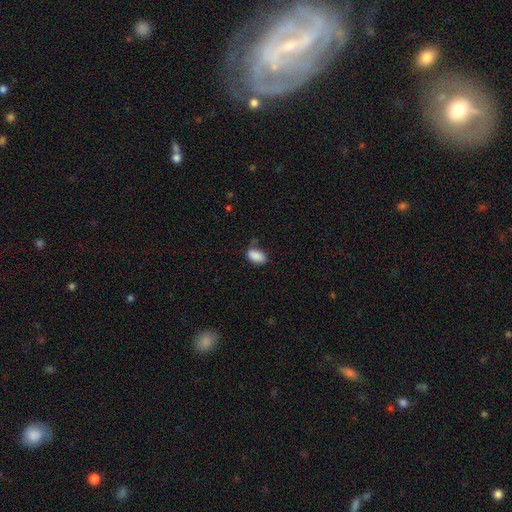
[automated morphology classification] smooth 88%, star or artifact 8%, featured or disk 4%. Down the decision tree: how rounded — in between (93%); merging — none (67%).